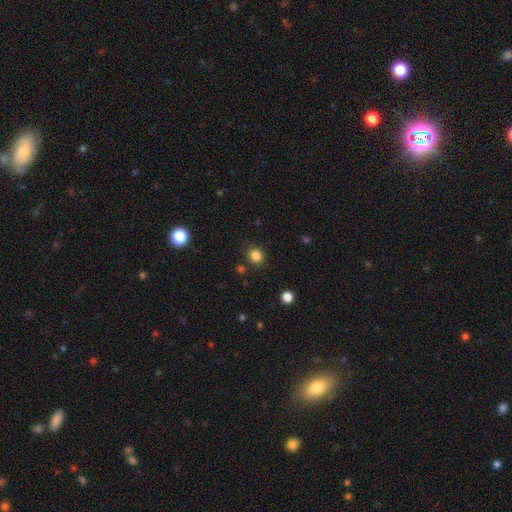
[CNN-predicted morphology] smooth_or_featured: smooth (p=0.83) [alt: star or artifact p=0.13]
how_rounded: round (p=0.86) [alt: in between p=0.14]
merging: none (p=0.85) [alt: minor disturbance p=0.09]